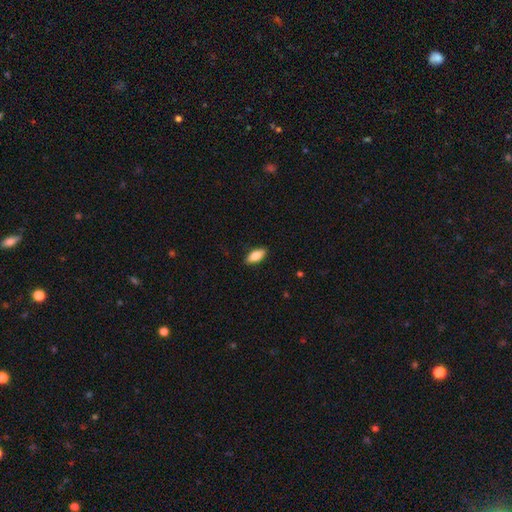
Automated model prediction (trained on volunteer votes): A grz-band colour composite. It shows a smooth galaxy with no disk features (81%) that is in between round and cigar-shaped (84%). Merging: none (88%).